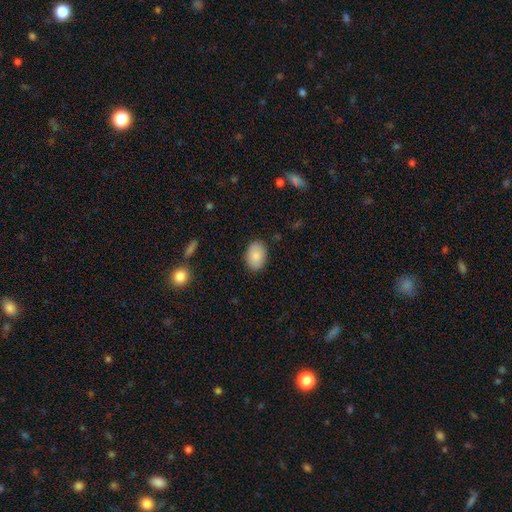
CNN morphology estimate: Smooth or featured? Predicted: smooth (p=0.87). How rounded? Predicted: in between (p=0.84). Merging? Predicted: none (p=0.86).